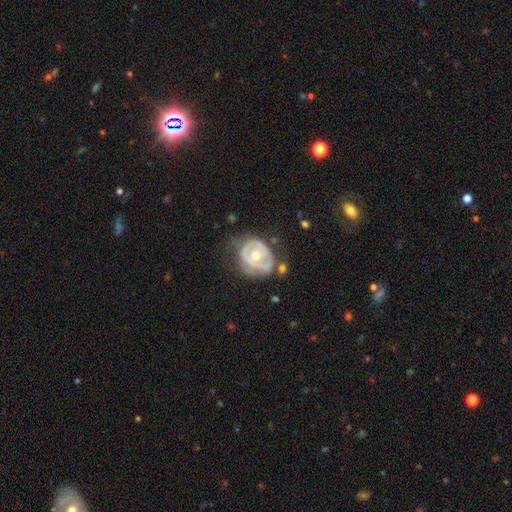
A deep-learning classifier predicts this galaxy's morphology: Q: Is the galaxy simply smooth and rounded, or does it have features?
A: featured or disk — 65%.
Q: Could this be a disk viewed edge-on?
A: no — 96%.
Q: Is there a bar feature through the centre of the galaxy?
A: no — 75%.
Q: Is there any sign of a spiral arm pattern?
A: no — 60%.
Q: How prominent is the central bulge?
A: moderate — 72%.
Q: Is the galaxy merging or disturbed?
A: none — 41%.